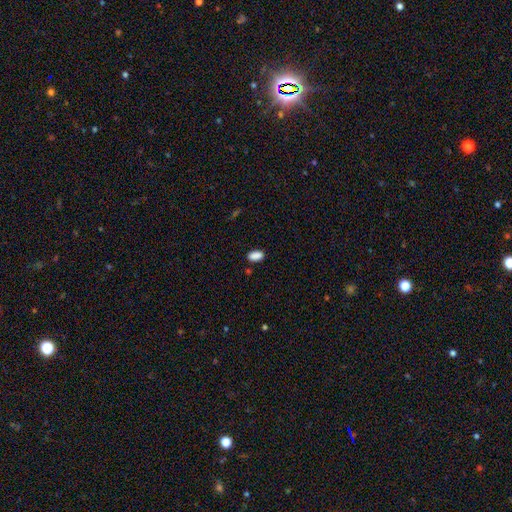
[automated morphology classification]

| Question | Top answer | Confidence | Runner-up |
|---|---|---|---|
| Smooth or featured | smooth | 88% | star or artifact (9%) |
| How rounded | in between | 92% | round (5%) |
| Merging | none | 85% | minor disturbance (11%) |